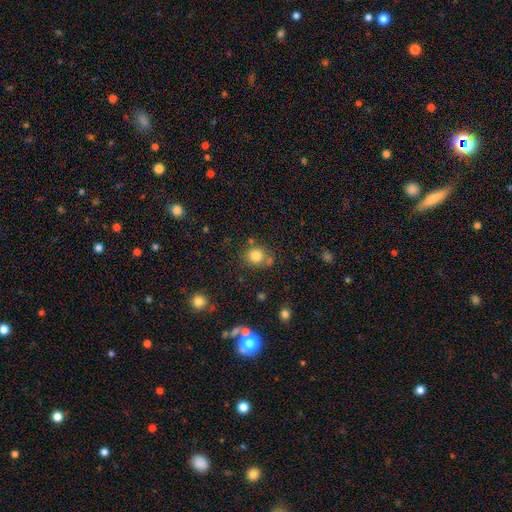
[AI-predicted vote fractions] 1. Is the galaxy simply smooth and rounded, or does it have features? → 82% smooth, 11% star or artifact, 7% featured or disk.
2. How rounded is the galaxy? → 82% round, 17% in between, 1% cigar-shaped.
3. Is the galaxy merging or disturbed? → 69% none, 15% merger, 13% minor disturbance, 4% major disturbance.